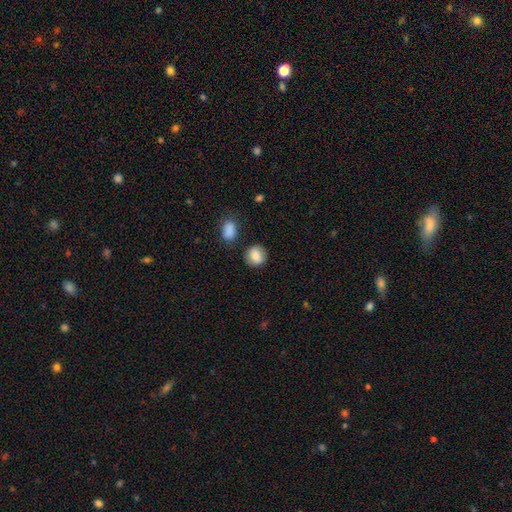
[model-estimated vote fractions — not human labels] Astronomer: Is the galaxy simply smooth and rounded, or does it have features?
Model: smooth — 86%.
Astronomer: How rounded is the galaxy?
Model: round — 81%.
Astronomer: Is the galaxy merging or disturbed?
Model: none — 82%.